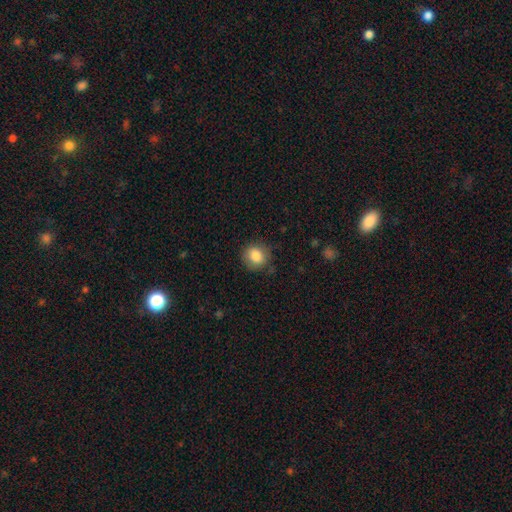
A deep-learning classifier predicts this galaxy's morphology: A smooth galaxy with no disk features (85%) that is round (82%). Merging: none (82%).